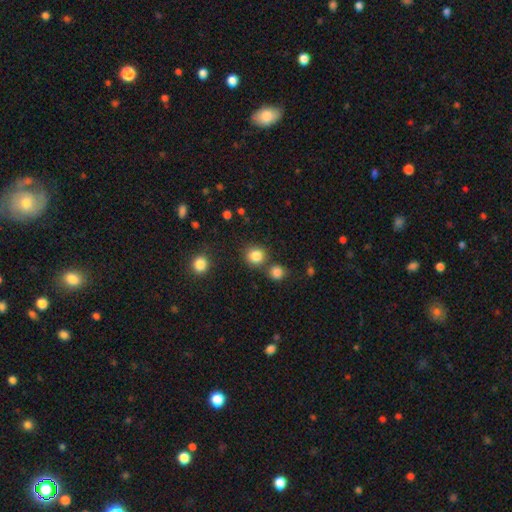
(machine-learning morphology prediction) Q: Smooth or featured?
A: smooth (84%); runner-up: star or artifact (12%)
Q: How rounded?
A: round (86%); runner-up: in between (13%)
Q: Merging?
A: none (72%); runner-up: merger (16%)